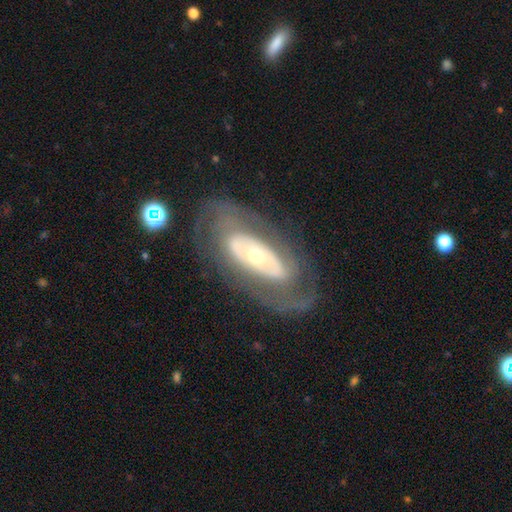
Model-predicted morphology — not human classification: Overall: featured or disk (77%). Edge-on disk: no (90%). Bar: no (73%). Spiral arms: yes (58%; no 42%). Bulge size: moderate (48%; small 44%). Merging: none (71%).